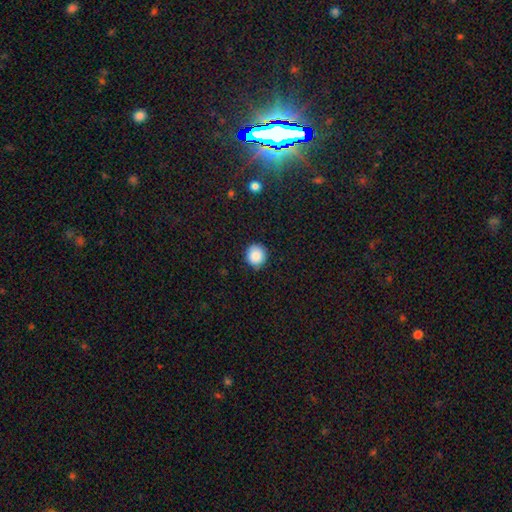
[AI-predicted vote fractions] Overall: smooth (88%). How rounded: round (93%). Merging: none (88%).